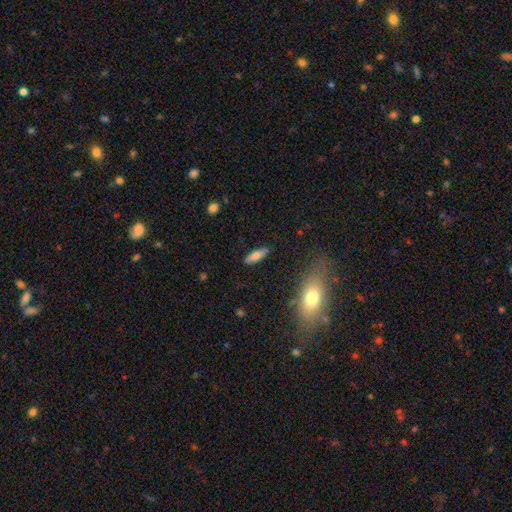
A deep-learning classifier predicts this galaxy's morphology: Smooth or featured? smooth (75%)
How rounded? in between (60%)
Merging? none (86%)